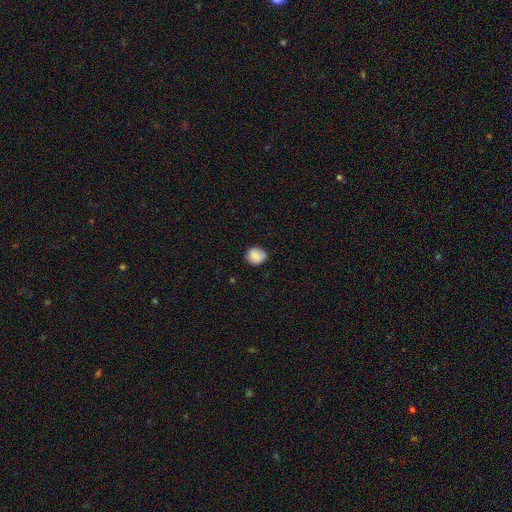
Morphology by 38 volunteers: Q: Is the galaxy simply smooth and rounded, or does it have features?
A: smooth — 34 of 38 (89%).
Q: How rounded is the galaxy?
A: round — 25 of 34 (74%).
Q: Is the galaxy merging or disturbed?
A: none — 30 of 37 (81%).